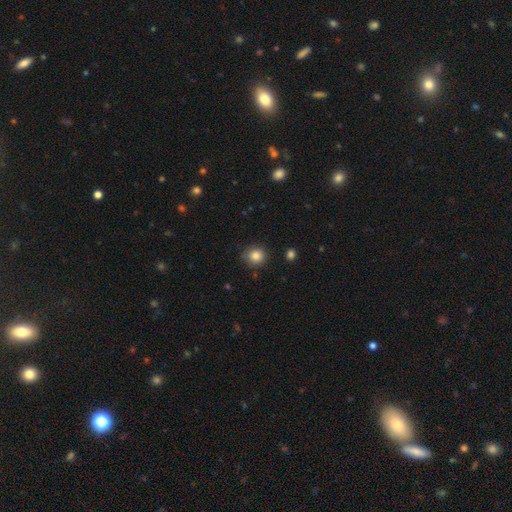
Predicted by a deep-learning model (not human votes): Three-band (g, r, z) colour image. It shows a smooth galaxy with no disk features (85%) that is round (87%). Merging: none (83%).